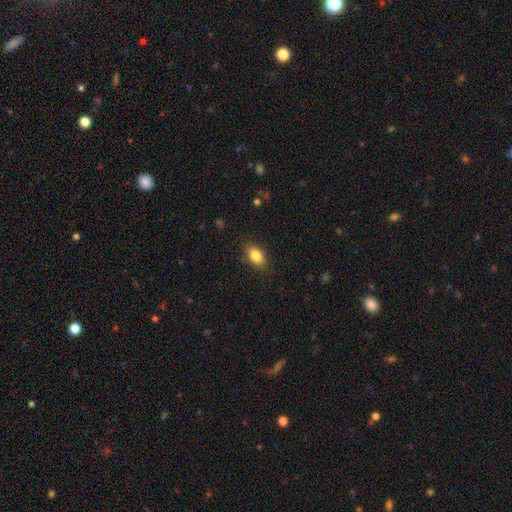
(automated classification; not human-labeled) Q: Smooth or featured?
A: smooth (85%); runner-up: star or artifact (8%)
Q: How rounded?
A: in between (87%); runner-up: round (11%)
Q: Merging?
A: none (85%); runner-up: minor disturbance (11%)